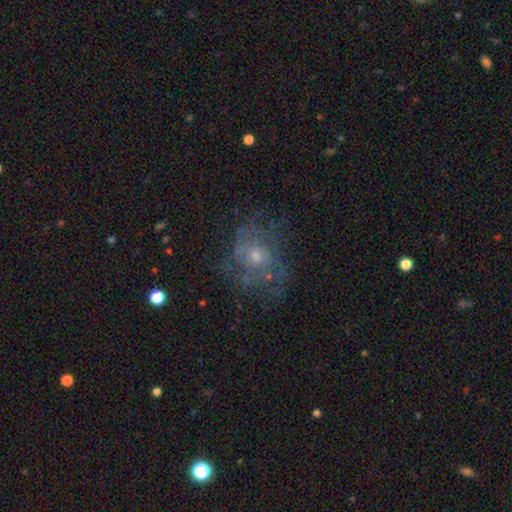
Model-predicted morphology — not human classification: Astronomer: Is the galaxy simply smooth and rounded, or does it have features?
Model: featured or disk — 62%.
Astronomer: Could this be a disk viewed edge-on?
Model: no — 97%.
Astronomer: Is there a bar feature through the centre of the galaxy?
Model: no — 81%.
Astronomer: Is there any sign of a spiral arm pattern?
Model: yes — 64%.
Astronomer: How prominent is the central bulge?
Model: small — 51% (runner-up: moderate, 42%).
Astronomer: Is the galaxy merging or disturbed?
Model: none — 61%.